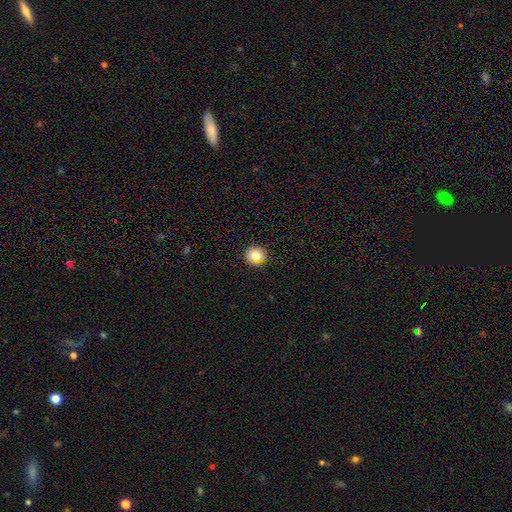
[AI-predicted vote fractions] smooth_or_featured: smooth (p=0.80) [alt: star or artifact p=0.12]
how_rounded: round (p=0.90) [alt: in between p=0.09]
merging: none (p=0.87) [alt: minor disturbance p=0.10]